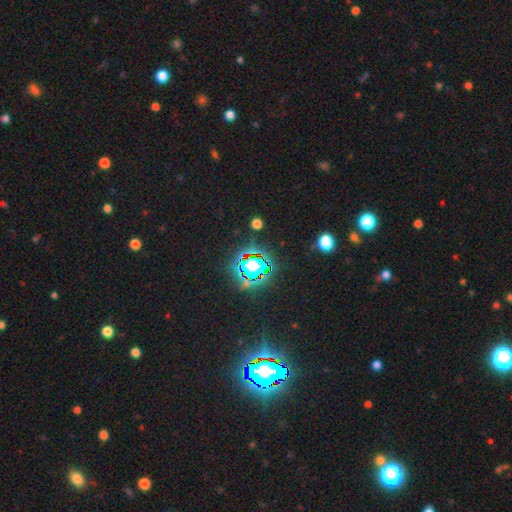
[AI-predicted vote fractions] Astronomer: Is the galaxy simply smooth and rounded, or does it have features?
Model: star or artifact — 80%.